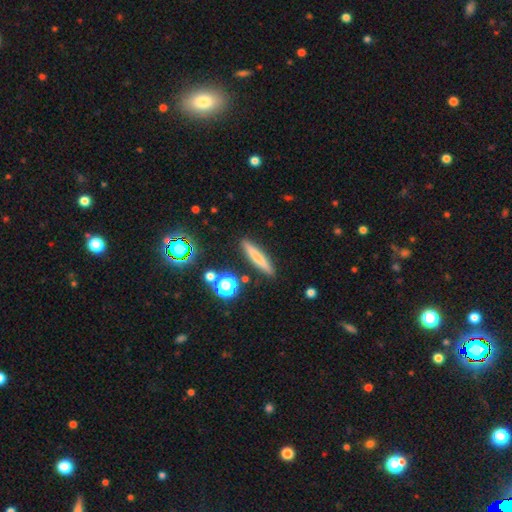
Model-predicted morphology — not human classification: smooth 68%, featured or disk 22%, star or artifact 11%. Down the decision tree: how rounded — cigar-shaped (90%); merging — none (89%).